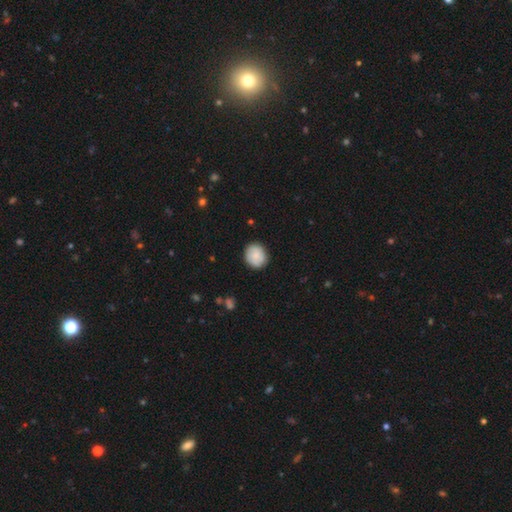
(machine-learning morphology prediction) Smooth or featured? smooth (81%)
How rounded? round (79%)
Merging? none (86%)